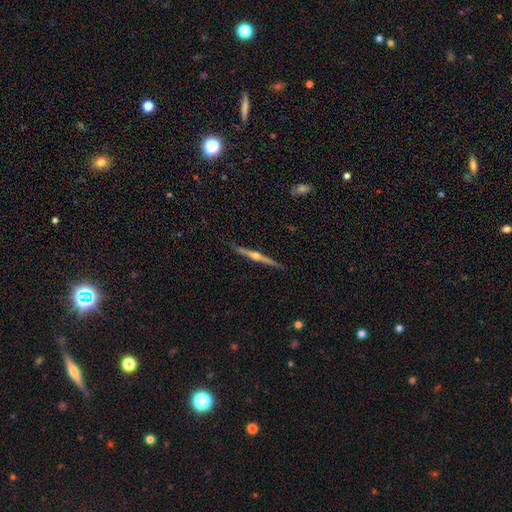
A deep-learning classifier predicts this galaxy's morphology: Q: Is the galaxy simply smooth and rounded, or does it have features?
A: featured or disk — 81%.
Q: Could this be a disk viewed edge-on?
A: yes — 98%.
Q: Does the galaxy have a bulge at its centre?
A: rounded — 92%.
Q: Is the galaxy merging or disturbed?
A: none — 90%.